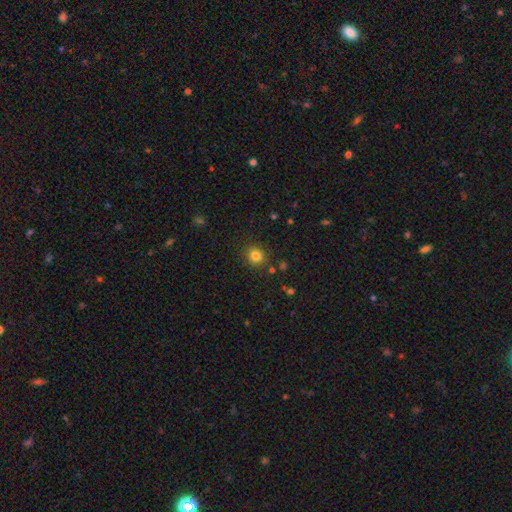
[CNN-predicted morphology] The model was most divided on "how rounded": round: 79%, in between: 20%, cigar-shaped: 1%. More confident: merging — none (87%); smooth or featured — smooth (81%).